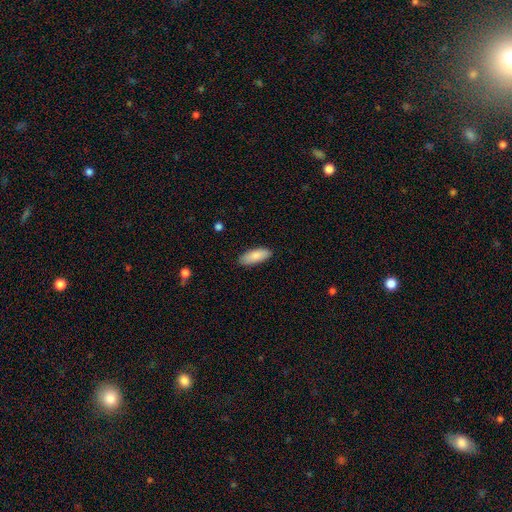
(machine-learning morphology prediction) Overall: smooth (88%). How rounded: in between (77%). Merging: none (86%).